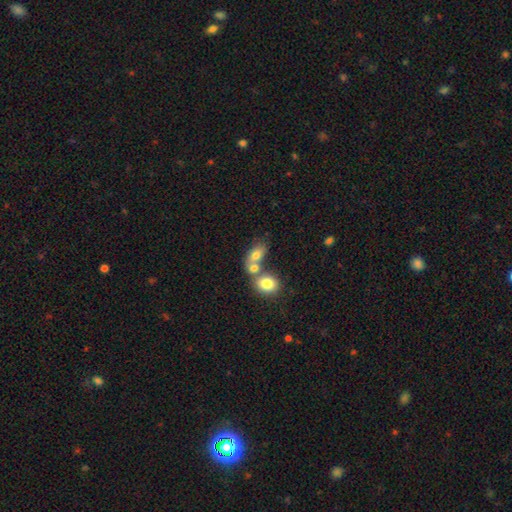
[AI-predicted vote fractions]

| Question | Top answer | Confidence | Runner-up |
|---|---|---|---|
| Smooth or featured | smooth | 73% | featured or disk (17%) |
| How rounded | in between | 72% | round (25%) |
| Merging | merger | 59% | none (28%) |